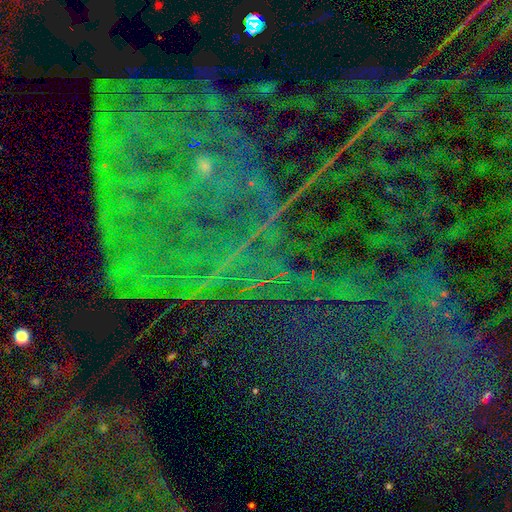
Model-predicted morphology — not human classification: Smooth or featured? Predicted: star or artifact (p=0.82).